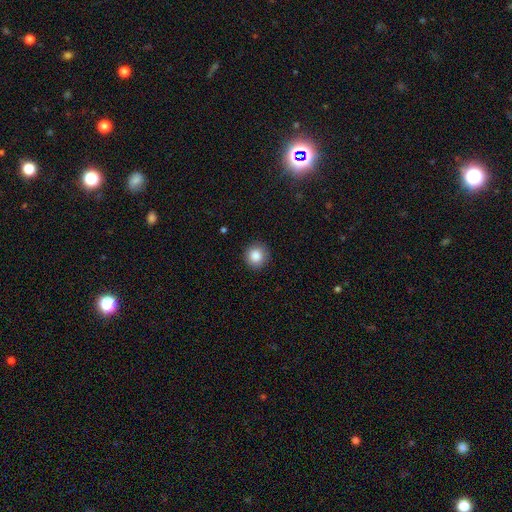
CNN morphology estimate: Smooth or featured: smooth — 86% (star or artifact — 9%)
How rounded: round — 93% (in between — 6%)
Merging: none — 90% (minor disturbance — 7%)